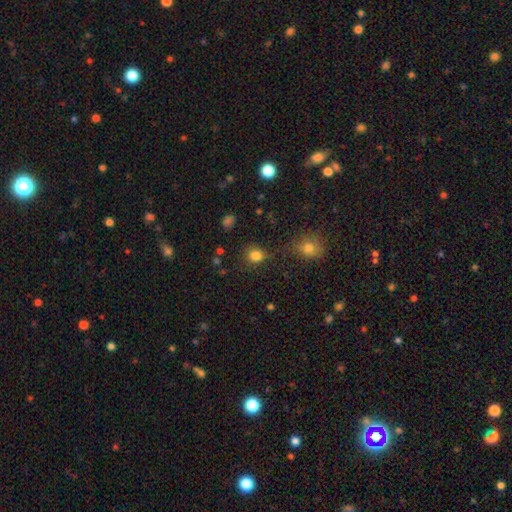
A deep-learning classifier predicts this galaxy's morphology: Smooth or featured? smooth (82%)
How rounded? round (80%)
Merging? none (77%)